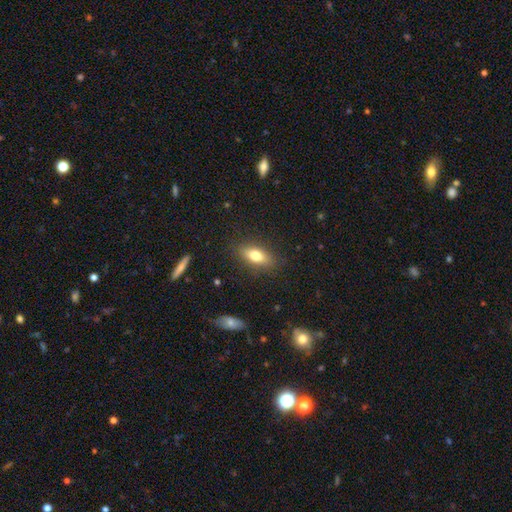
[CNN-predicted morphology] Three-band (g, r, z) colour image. It shows a smooth galaxy with no disk features (74%) that is in between round and cigar-shaped (79%). Merging: none (85%).